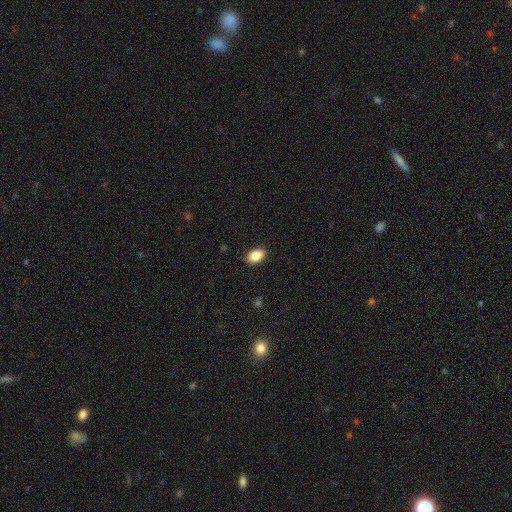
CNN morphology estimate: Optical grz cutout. It shows a smooth galaxy with no disk features (87%) that is in between round and cigar-shaped (89%). Merging: none (89%).